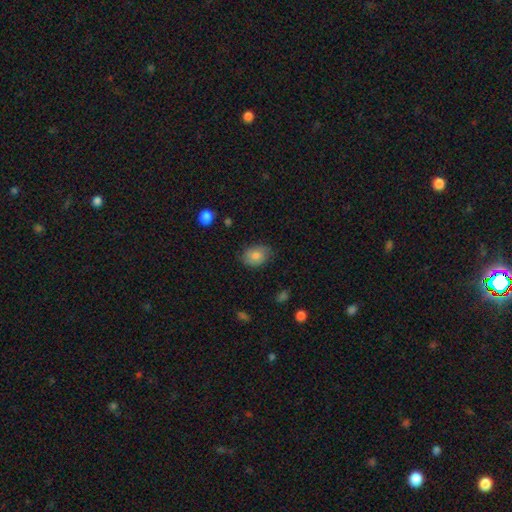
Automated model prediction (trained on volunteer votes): Smooth or featured?
  - smooth: 82% *
  - featured or disk: 10%
  - star or artifact: 8%
How rounded?
  - in between: 70% *
  - round: 29%
  - cigar-shaped: 1%
Merging?
  - none: 78% *
  - minor disturbance: 17%
  - major disturbance: 3%
  - merger: 1%